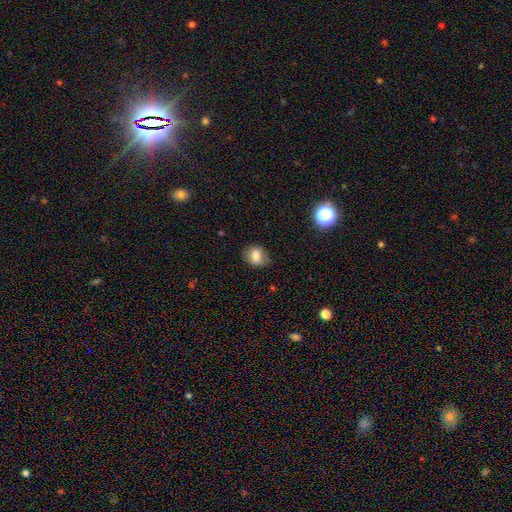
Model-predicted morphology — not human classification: The model was most divided on "how rounded": round: 58%, in between: 41%, cigar-shaped: 1%. More confident: smooth or featured — smooth (81%); merging — none (71%).